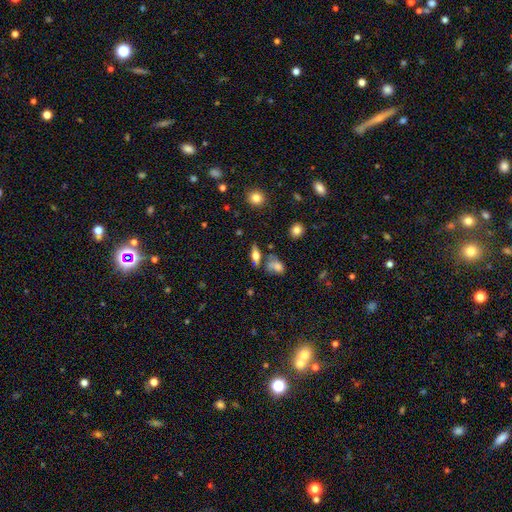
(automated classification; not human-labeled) Overall: smooth (56%; featured or disk 34%). How rounded: in between (67%). Merging: none (63%).